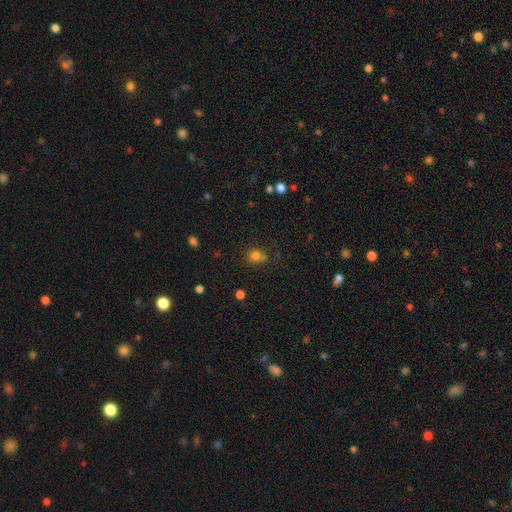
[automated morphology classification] Smooth or featured: smooth — 79% (star or artifact — 14%)
How rounded: round — 70% (in between — 29%)
Merging: none — 63% (minor disturbance — 21%)